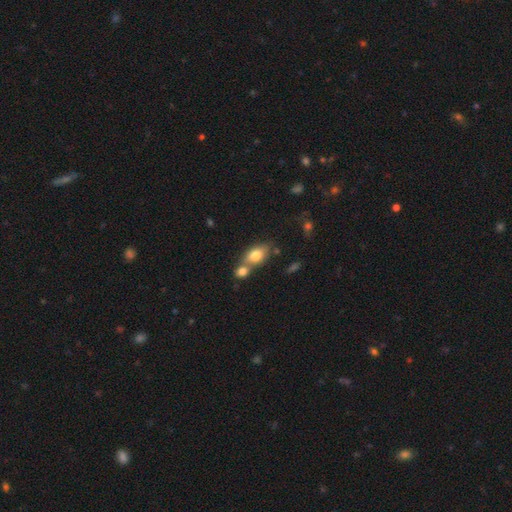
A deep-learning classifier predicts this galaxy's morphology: Smooth or featured? smooth (77%)
How rounded? in between (82%)
Merging? merger (48%)